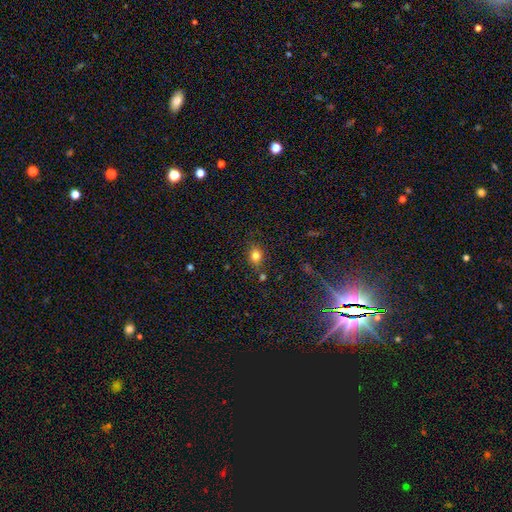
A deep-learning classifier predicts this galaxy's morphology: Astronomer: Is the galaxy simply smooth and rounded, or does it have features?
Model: smooth — 79%.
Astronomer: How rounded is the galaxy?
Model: round — 52% (runner-up: in between, 46%).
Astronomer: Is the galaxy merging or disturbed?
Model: none — 77%.